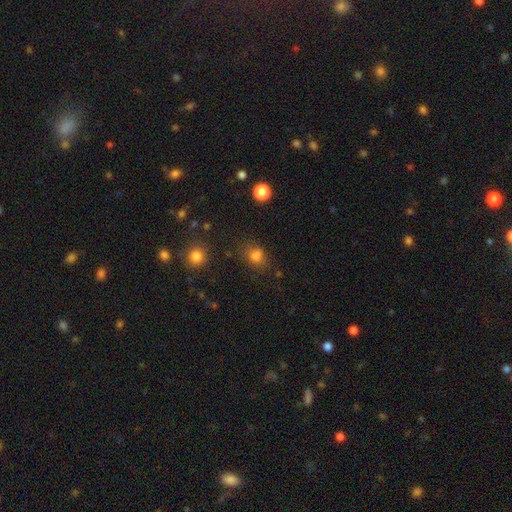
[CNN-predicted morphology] The model was most divided on "how rounded": round: 56%, in between: 43%, cigar-shaped: 1%. More confident: smooth or featured — smooth (75%); merging — none (59%).